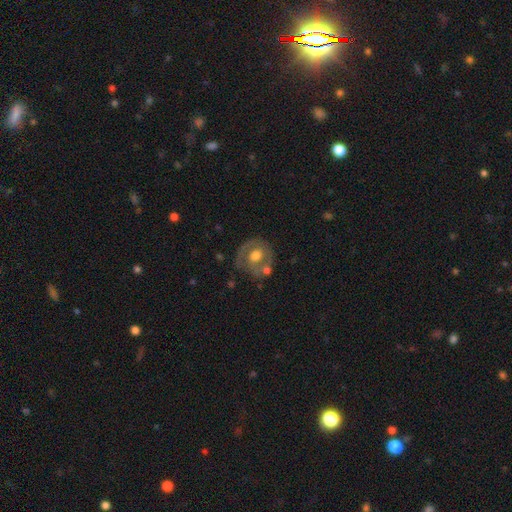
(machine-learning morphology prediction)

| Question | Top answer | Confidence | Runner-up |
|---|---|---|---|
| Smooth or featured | featured or disk | 52% | smooth (41%) |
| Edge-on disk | no | 96% | yes (4%) |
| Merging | none | 56% | minor disturbance (20%) |